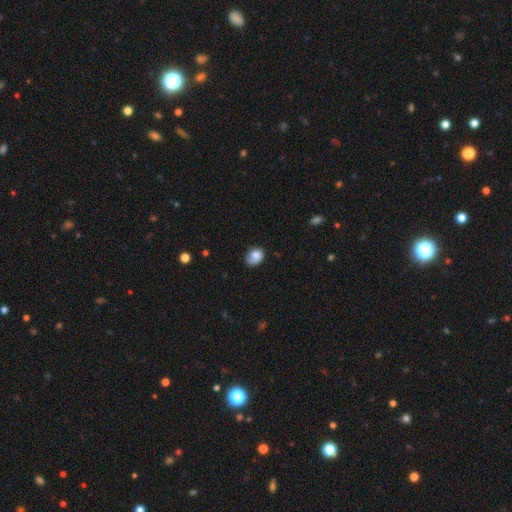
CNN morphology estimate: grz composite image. It shows a smooth galaxy with no disk features (81%) that is in between round and cigar-shaped (64%). Merging: none (61%).